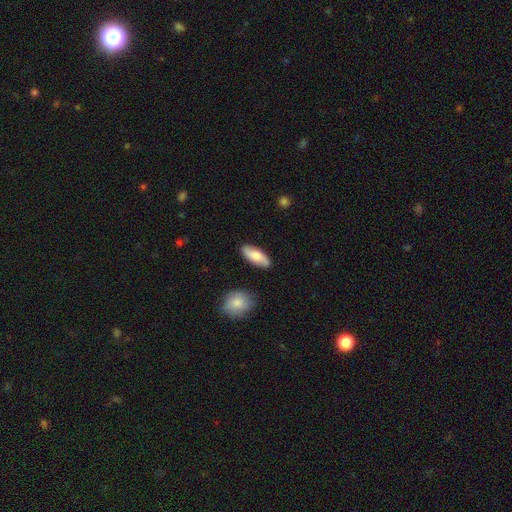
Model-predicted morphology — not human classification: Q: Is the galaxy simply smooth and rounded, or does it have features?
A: smooth — 69%.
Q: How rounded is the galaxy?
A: in between — 80%.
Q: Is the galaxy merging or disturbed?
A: none — 85%.